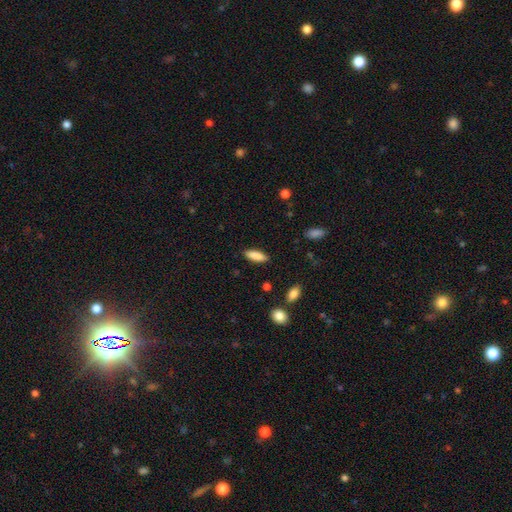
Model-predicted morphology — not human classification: Smooth or featured? Predicted: smooth (p=0.86). How rounded? Predicted: in between (p=0.54). Merging? Predicted: none (p=0.87).